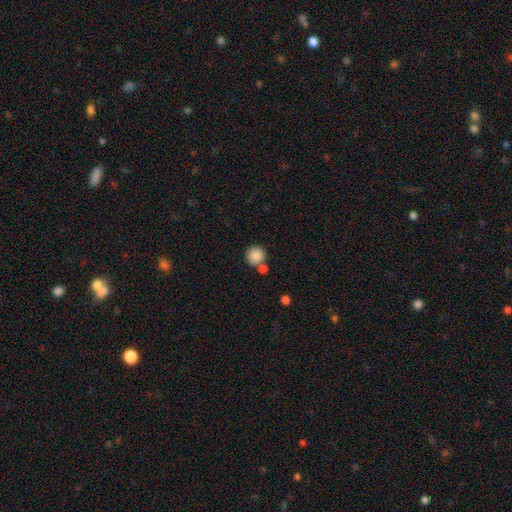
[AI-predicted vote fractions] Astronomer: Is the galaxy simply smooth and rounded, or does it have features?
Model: smooth — 87%.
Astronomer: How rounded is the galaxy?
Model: round — 94%.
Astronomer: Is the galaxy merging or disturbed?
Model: none — 69%.